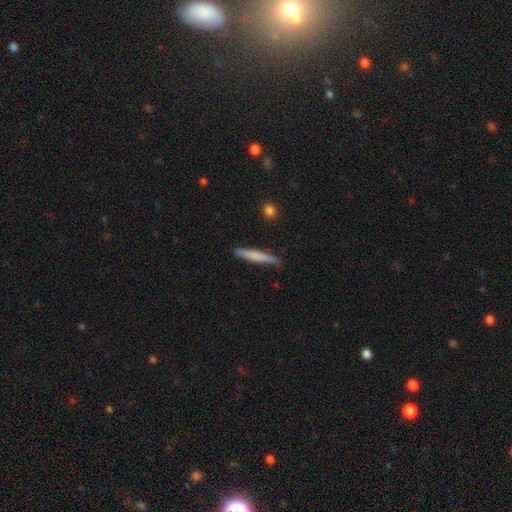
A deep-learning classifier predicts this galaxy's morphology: This is likely a smooth galaxy (70%). How rounded: clearly cigar-shaped (94%). Merging: likely none (79%).